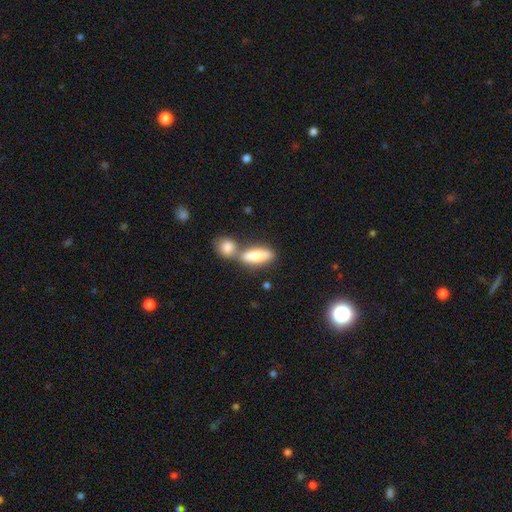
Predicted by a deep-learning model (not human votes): smooth 78%, featured or disk 16%, star or artifact 6%. Down the decision tree: how rounded — in between (63%); merging — merger (44%).